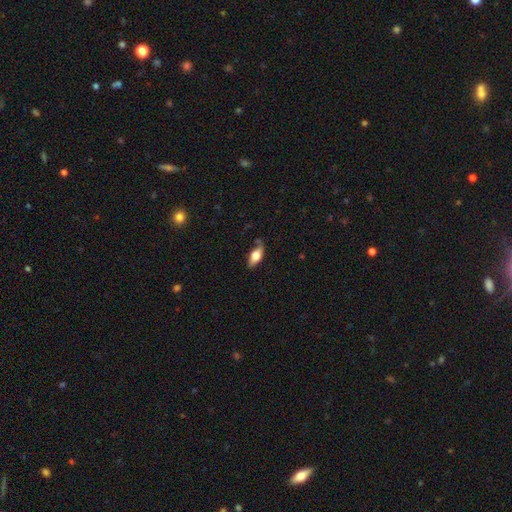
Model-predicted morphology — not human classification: Smooth or featured: smooth — 65% (featured or disk — 29%)
How rounded: in between — 82% (cigar-shaped — 15%)
Merging: none — 72% (minor disturbance — 21%)